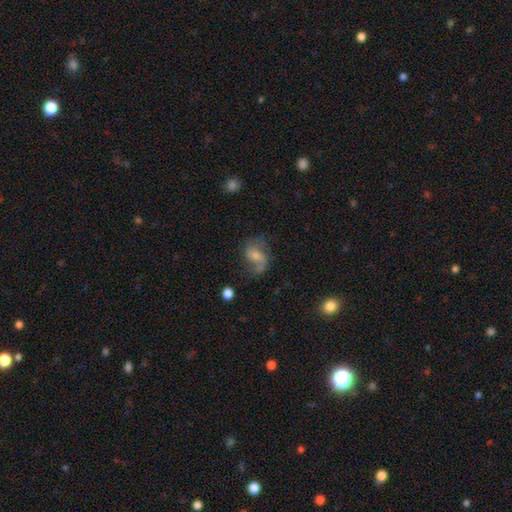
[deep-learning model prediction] Morphology: type=featured or disk (67%); edge-on=no (97%); bar=no (48%); spiral arms=yes (90%); winding=loose (53%); arm count=2 (70%); bulge=small (46%); merging=none (56%).